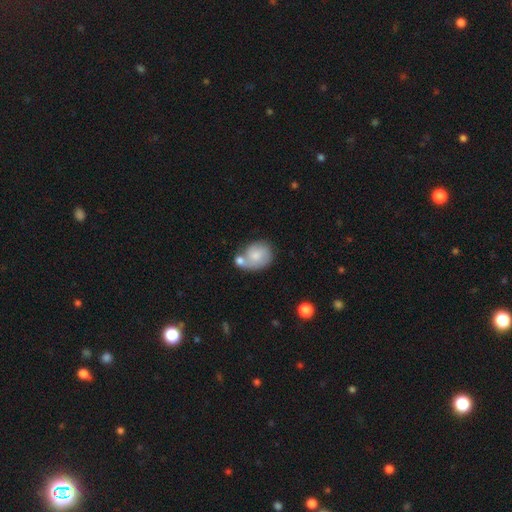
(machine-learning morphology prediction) Q: Smooth or featured?
A: smooth (67%); runner-up: featured or disk (26%)
Q: How rounded?
A: round (50%); runner-up: in between (49%)
Q: Merging?
A: merger (42%); runner-up: none (32%)